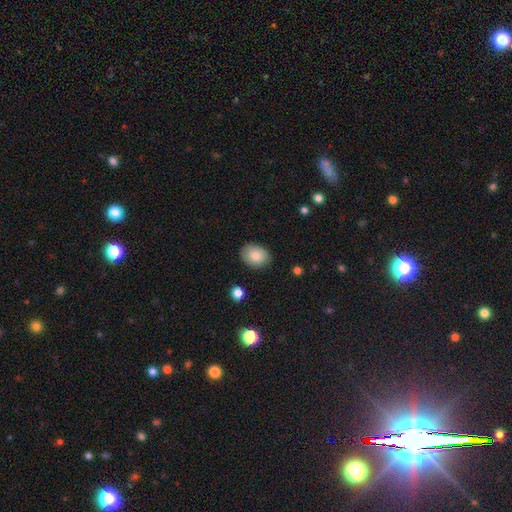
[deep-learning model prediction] Smooth or featured?
  - smooth: 84% *
  - featured or disk: 9%
  - star or artifact: 7%
How rounded?
  - in between: 76% *
  - round: 23%
  - cigar-shaped: 1%
Merging?
  - none: 84% *
  - minor disturbance: 13%
  - major disturbance: 3%
  - merger: 1%